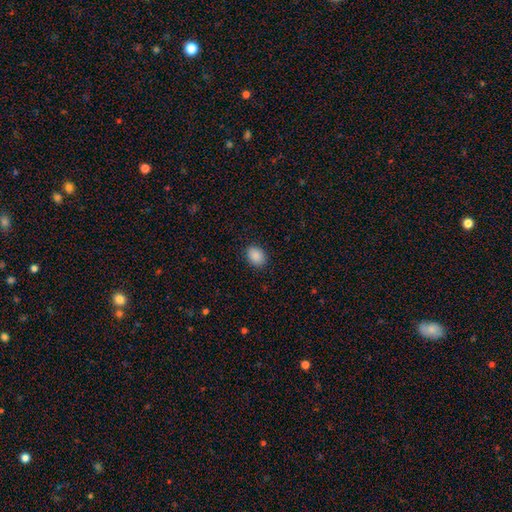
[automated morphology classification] Overall: smooth (89%). How rounded: in between (70%). Merging: none (88%).